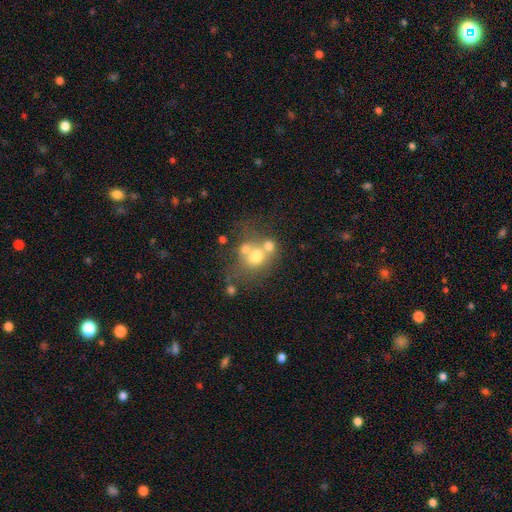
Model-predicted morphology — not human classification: smooth 60%, featured or disk 25%, star or artifact 15%. Down the decision tree: how rounded — round (72%); merging — merger (47%).